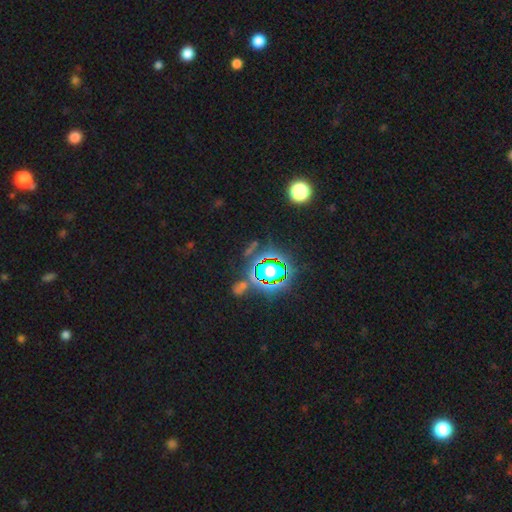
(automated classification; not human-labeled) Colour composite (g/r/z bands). It shows a star or artifact, not a galaxy (82%).